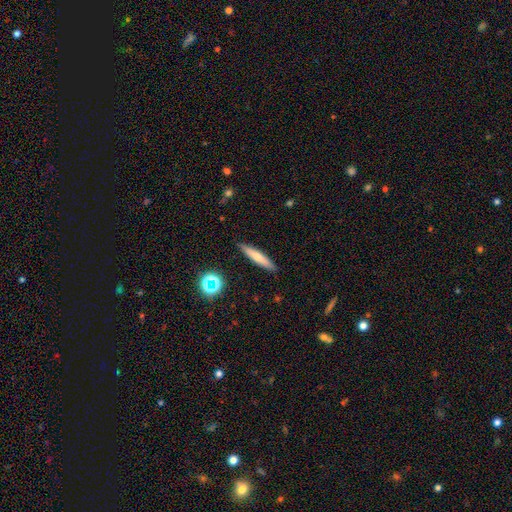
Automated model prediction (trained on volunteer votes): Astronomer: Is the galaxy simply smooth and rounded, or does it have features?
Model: smooth — 60%.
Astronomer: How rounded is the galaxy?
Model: cigar-shaped — 89%.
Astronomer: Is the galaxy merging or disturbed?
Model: none — 90%.